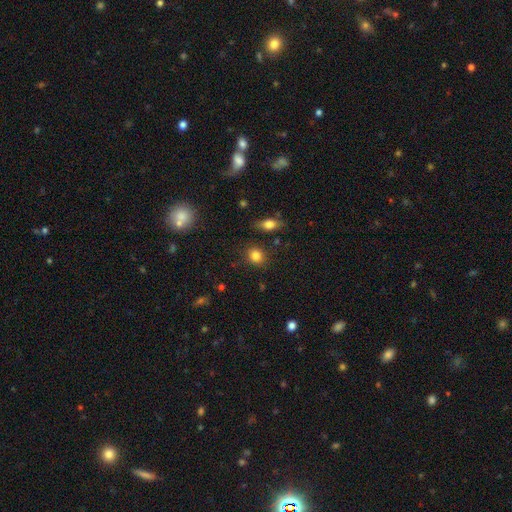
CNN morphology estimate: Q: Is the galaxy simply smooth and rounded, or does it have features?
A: smooth — 84%.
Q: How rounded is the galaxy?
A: round — 74%.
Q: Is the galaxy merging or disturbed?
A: none — 84%.